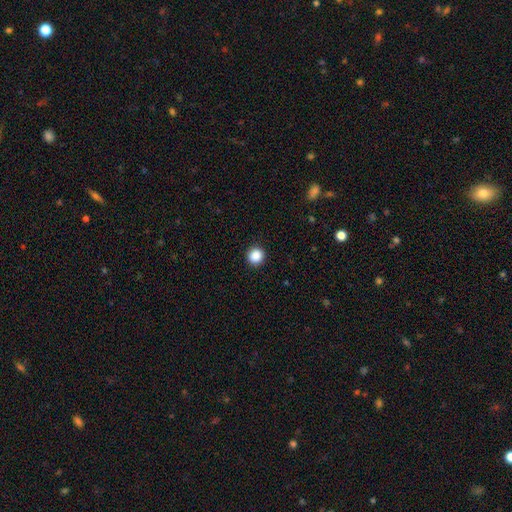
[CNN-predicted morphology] Q: Smooth or featured?
A: smooth (88%); runner-up: star or artifact (9%)
Q: How rounded?
A: round (93%); runner-up: in between (7%)
Q: Merging?
A: none (93%); runner-up: minor disturbance (5%)